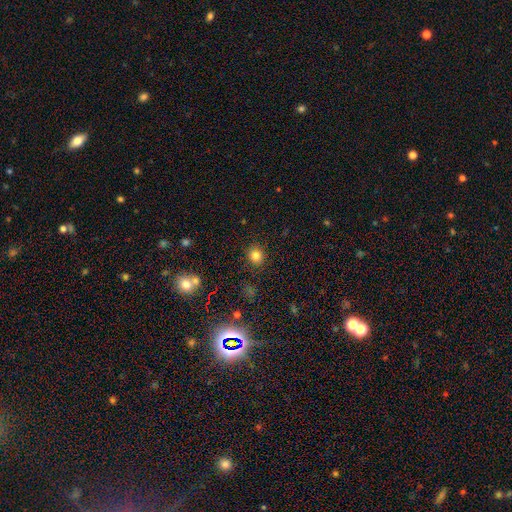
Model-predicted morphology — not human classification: smooth 81%, star or artifact 14%, featured or disk 5%. Down the decision tree: how rounded — round (80%); merging — none (87%).